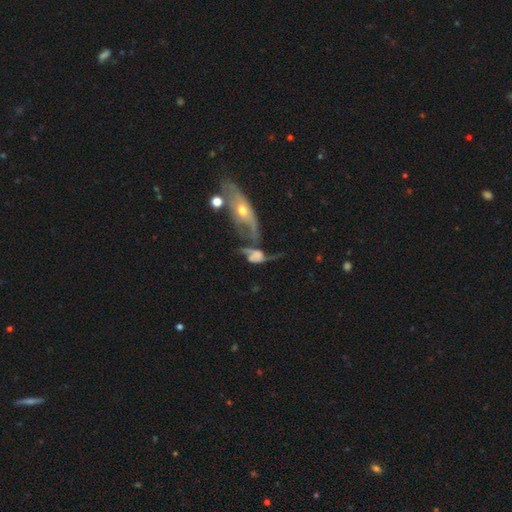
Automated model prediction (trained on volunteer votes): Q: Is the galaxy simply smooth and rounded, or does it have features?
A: featured or disk — 57%.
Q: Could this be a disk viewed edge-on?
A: no — 86%.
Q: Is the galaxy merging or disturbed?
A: merger — 47%.